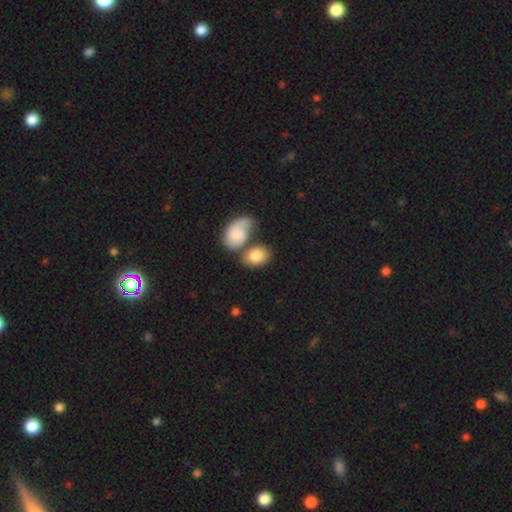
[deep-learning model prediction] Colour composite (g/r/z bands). It shows a smooth galaxy with no disk features (77%) that is in between round and cigar-shaped (77%). Merging: none (43%).